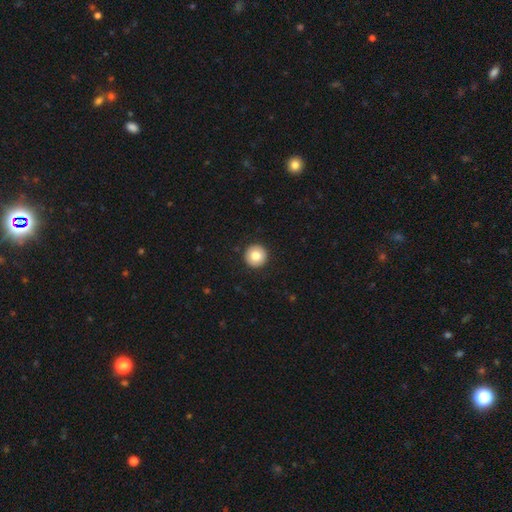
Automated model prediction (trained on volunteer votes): A smooth galaxy with no disk features (82%) that is round (96%). Merging: none (93%).